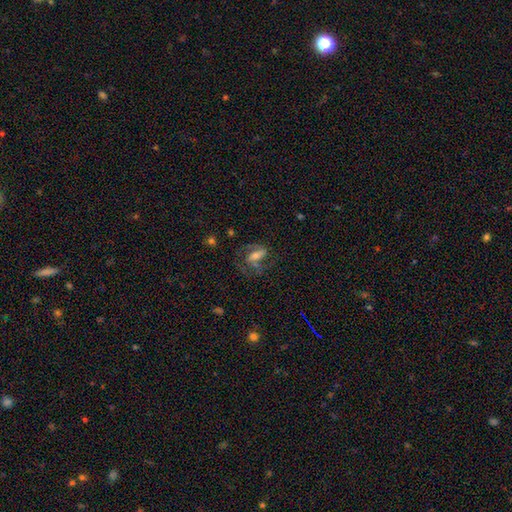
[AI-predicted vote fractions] A featured or disk galaxy (58%) with a weak bar (36%, tied with strong), spiral arms (77%) and a moderate central bulge (44%). Merging: none (51%).